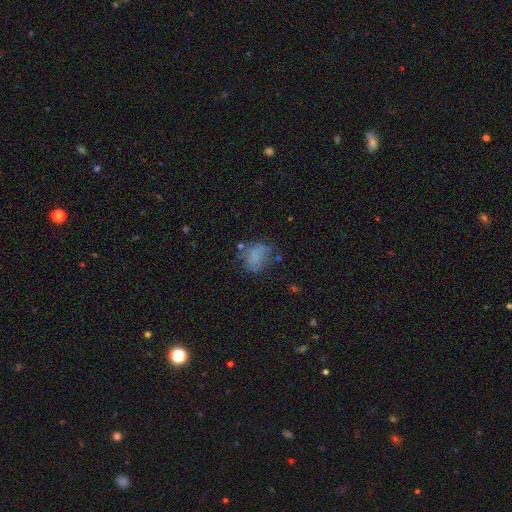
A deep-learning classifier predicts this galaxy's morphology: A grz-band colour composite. It shows a smooth galaxy with no disk features (67%) that is in between round and cigar-shaped (57%). Merging: none (50%).